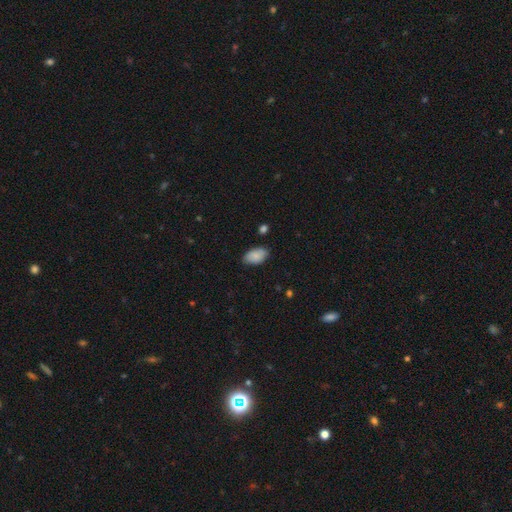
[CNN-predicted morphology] Smooth or featured? Predicted: smooth (p=0.87). How rounded? Predicted: in between (p=0.94). Merging? Predicted: none (p=0.81).